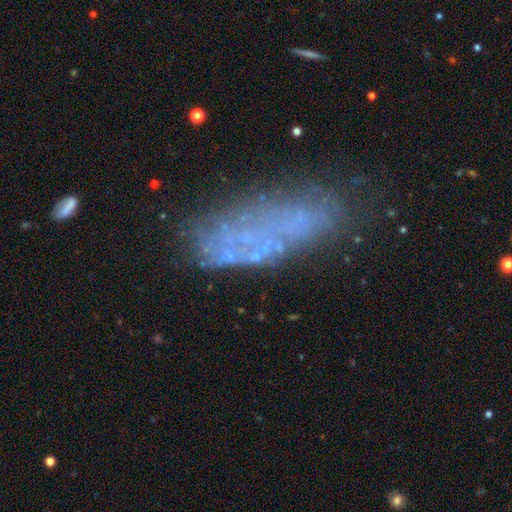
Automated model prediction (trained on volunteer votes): Smooth or featured: featured or disk — 51% (smooth — 30%)
Edge-on disk: no — 86% (yes — 14%)
Merging: none — 51% (minor disturbance — 22%)